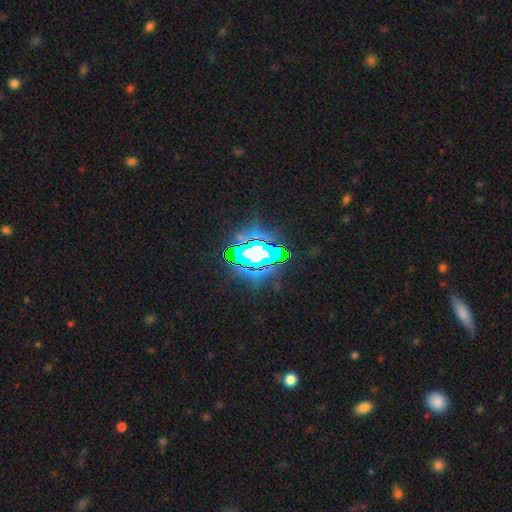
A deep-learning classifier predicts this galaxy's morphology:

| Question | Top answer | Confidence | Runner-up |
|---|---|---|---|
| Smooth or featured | star or artifact | 65% | featured or disk (17%) |